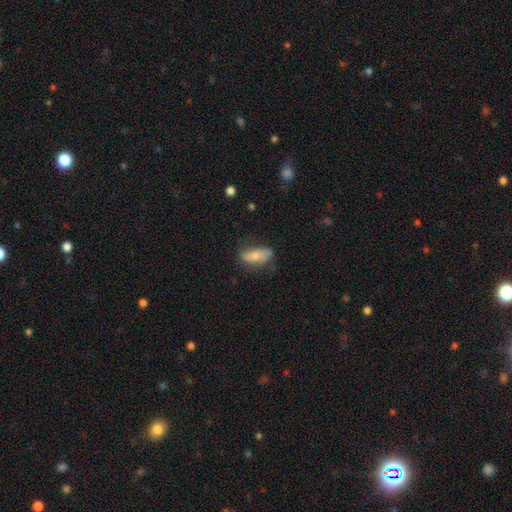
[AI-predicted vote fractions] Smooth or featured? Predicted: smooth (p=0.57). How rounded? Predicted: in between (p=0.80). Merging? Predicted: none (p=0.61).